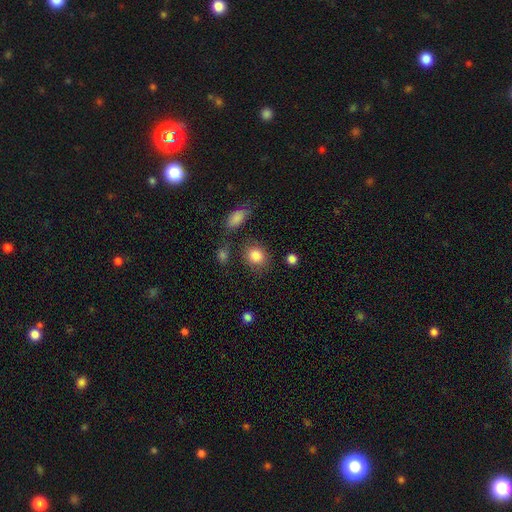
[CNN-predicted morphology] A smooth galaxy with no disk features (85%) that is round (68%). Merging: none (74%).